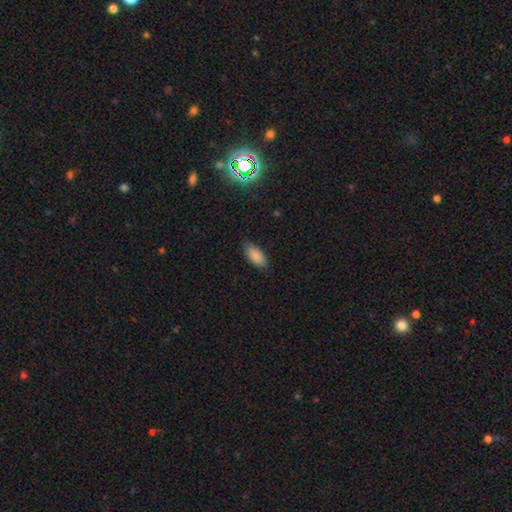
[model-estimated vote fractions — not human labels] smooth_or_featured: smooth (p=0.88) [alt: star or artifact p=0.07]
how_rounded: in between (p=0.88) [alt: cigar-shaped p=0.10]
merging: none (p=0.82) [alt: minor disturbance p=0.15]